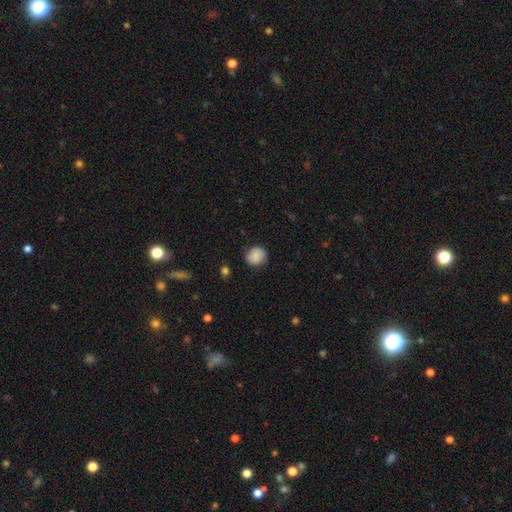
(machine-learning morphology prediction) smooth 84%, featured or disk 8%, star or artifact 8%. Down the decision tree: how rounded — round (80%); merging — none (83%).